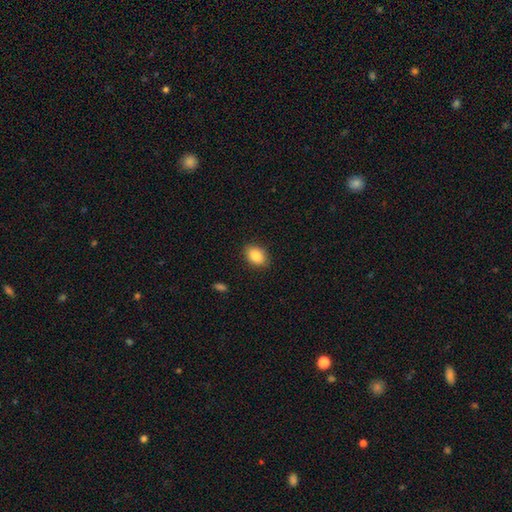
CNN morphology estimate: smooth 87%, star or artifact 7%, featured or disk 6%. Down the decision tree: how rounded — in between (83%); merging — none (87%).